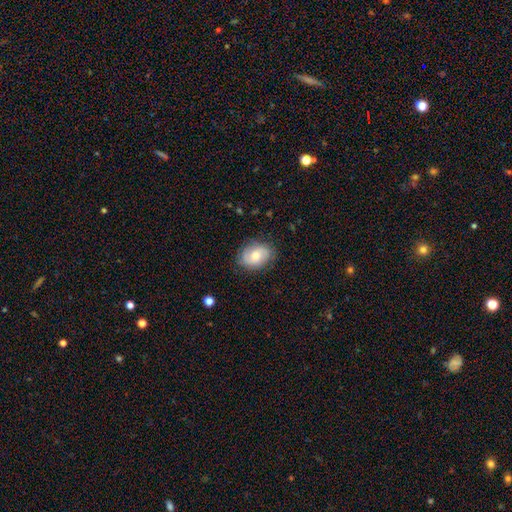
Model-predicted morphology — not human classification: A smooth galaxy with no disk features (50%).

Vote fractions:
- Smooth or featured? smooth: 50% / featured or disk: 43% / star or artifact: 7%
- Merging? none: 80% / minor disturbance: 15% / major disturbance: 4% / merger: 1%